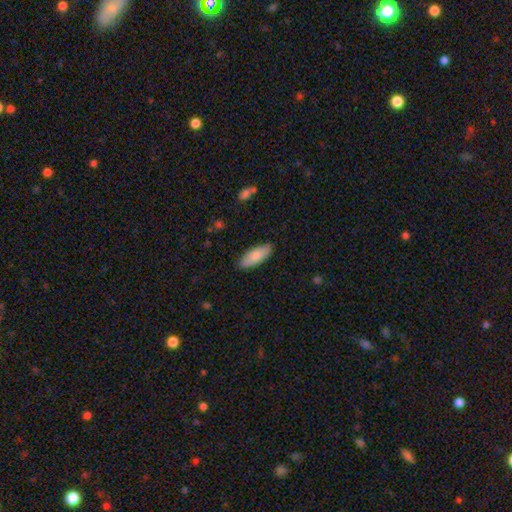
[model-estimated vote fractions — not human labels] A smooth galaxy with no disk features (82%) that is in between round and cigar-shaped (75%). Merging: none (87%).